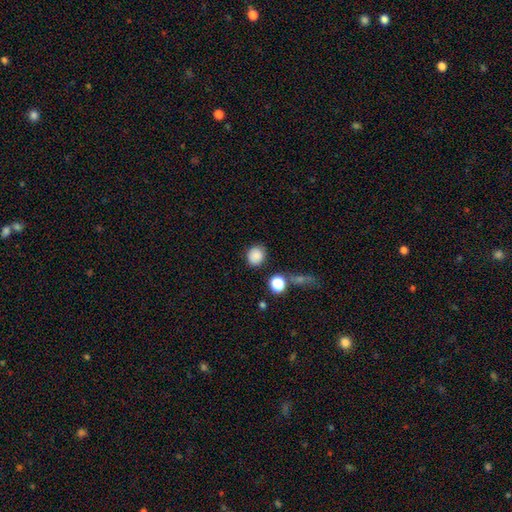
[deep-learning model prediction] smooth_or_featured: smooth (p=0.85) [alt: star or artifact p=0.10]
how_rounded: round (p=0.74) [alt: in between p=0.25]
merging: none (p=0.82) [alt: minor disturbance p=0.11]